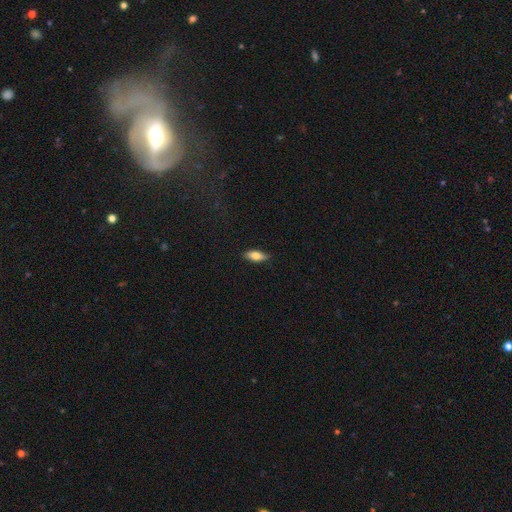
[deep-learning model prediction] A smooth galaxy with no disk features (73%) that is in between round and cigar-shaped (73%).

Vote fractions:
- Smooth or featured? smooth: 73% / featured or disk: 20% / star or artifact: 6%
- How rounded? in between: 73% / cigar-shaped: 25% / round: 3%
- Merging? none: 84% / minor disturbance: 13% / major disturbance: 2% / merger: 1%